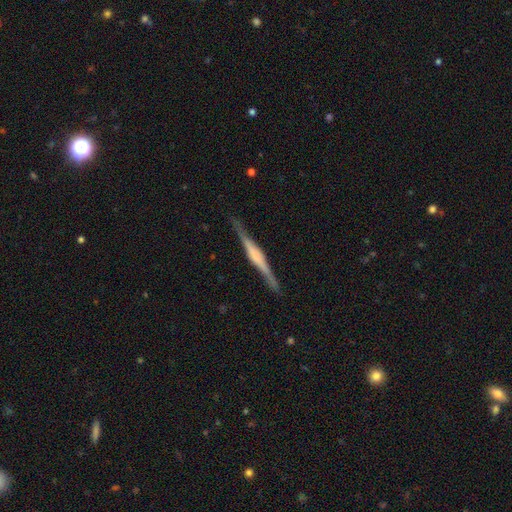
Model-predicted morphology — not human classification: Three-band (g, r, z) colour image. It shows a featured or disk galaxy (79%) viewed edge-on (98%) with a boxy central bulge (48%). Merging: none (88%).